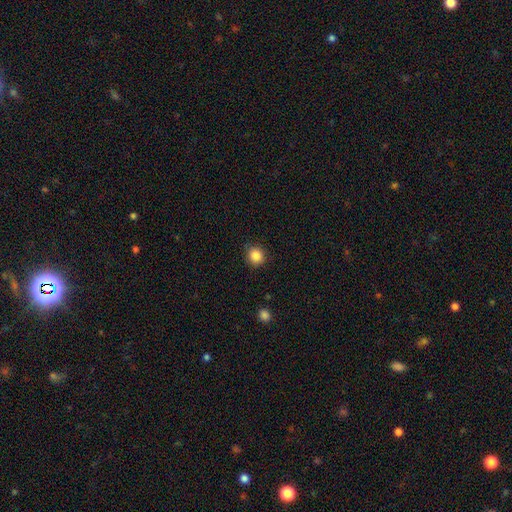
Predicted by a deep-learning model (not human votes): smooth-or-featured: smooth: 86% | star or artifact: 10% | featured or disk: 4%
  how-rounded: round: 88% | in between: 11% | cigar-shaped: 1%
  merging: none: 89% | minor disturbance: 7% | major disturbance: 2% | merger: 1%